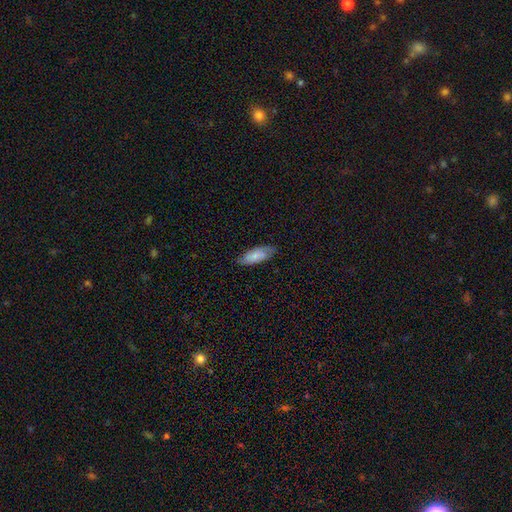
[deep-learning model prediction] Overall: smooth (64%; featured or disk 30%). How rounded: in between (74%). Merging: none (78%).